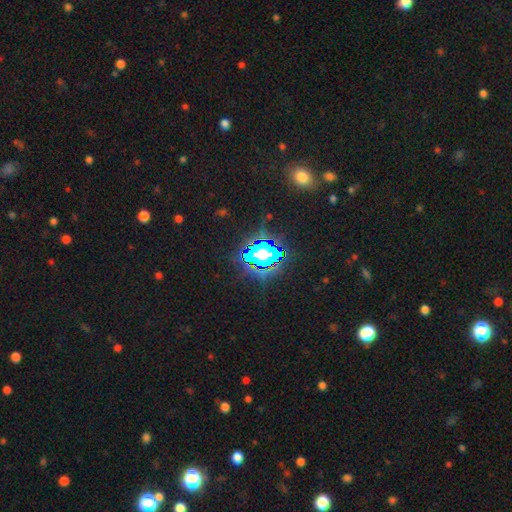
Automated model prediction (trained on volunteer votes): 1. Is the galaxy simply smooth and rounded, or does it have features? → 72% star or artifact, 18% smooth, 10% featured or disk.